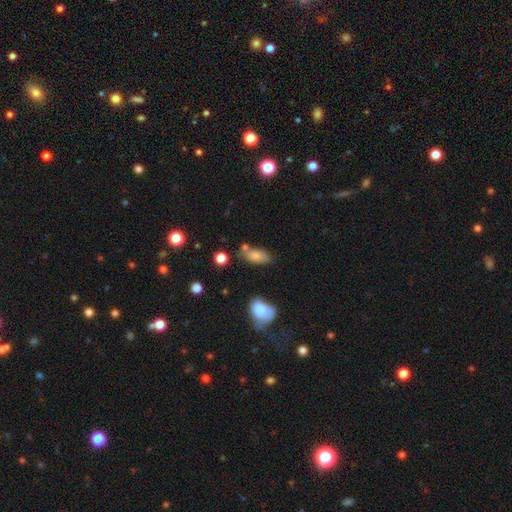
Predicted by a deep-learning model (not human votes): Morphology: type=smooth (79%); roundness=in between (87%); merging=none (59%).